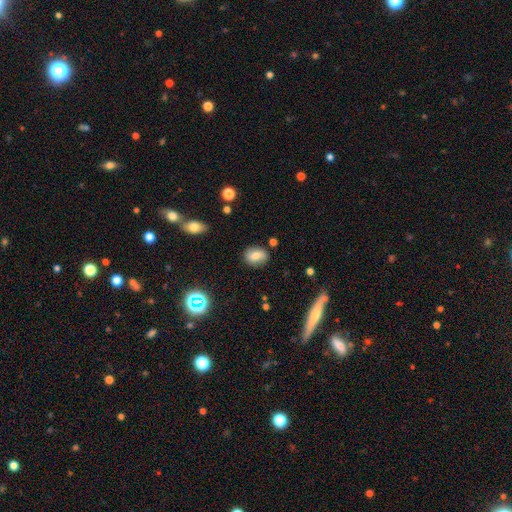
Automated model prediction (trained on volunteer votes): A smooth galaxy with no disk features (63%) that is in between round and cigar-shaped (54%). Merging: none (81%).